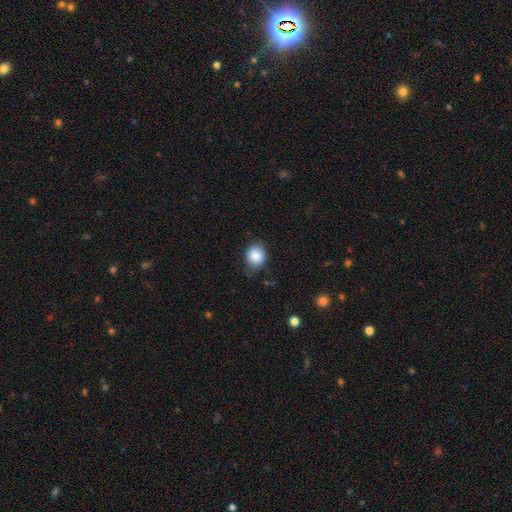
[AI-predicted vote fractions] Smooth or featured? Predicted: smooth (p=0.86). How rounded? Predicted: round (p=0.68). Merging? Predicted: none (p=0.67).